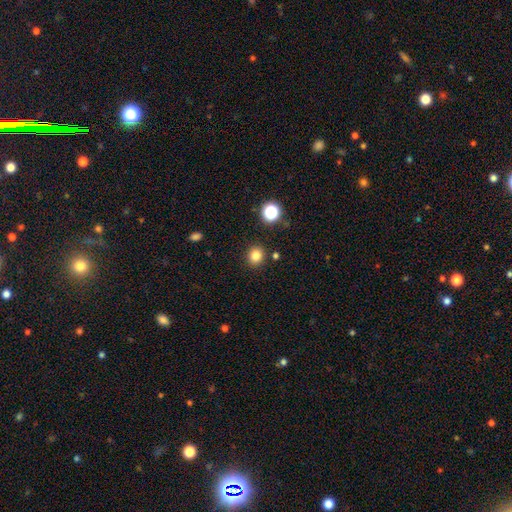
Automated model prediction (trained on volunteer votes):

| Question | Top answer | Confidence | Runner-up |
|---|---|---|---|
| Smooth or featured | smooth | 82% | star or artifact (13%) |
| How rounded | round | 82% | in between (17%) |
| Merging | none | 88% | minor disturbance (7%) |